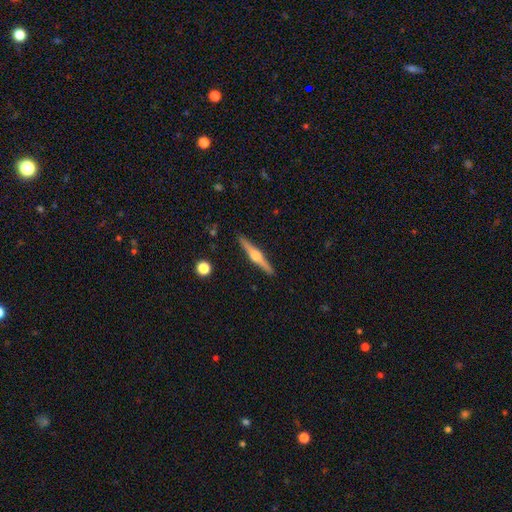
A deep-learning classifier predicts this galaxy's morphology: A featured or disk galaxy (78%) viewed edge-on (98%) with a rounded central bulge (93%). Merging: none (91%).